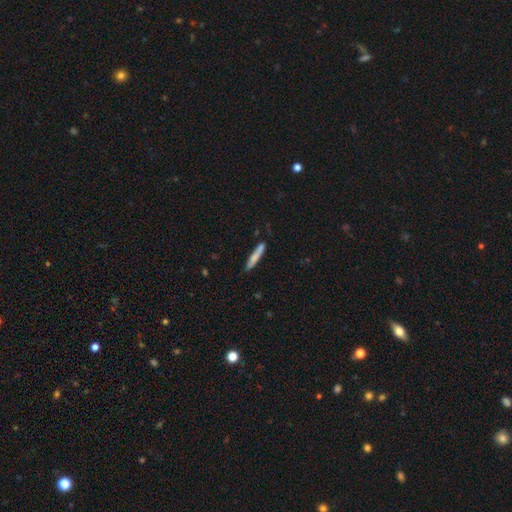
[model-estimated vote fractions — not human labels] smooth 74%, featured or disk 21%, star or artifact 6%. Down the decision tree: how rounded — cigar-shaped (93%); merging — none (80%).